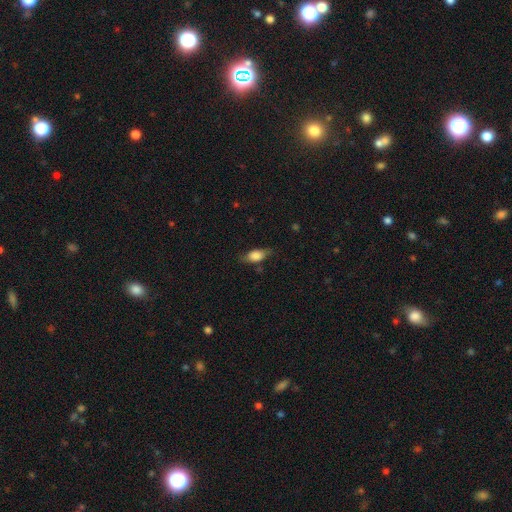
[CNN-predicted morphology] This is likely a smooth galaxy (75%). How rounded: clearly in between (81%). Merging: likely none (70%).